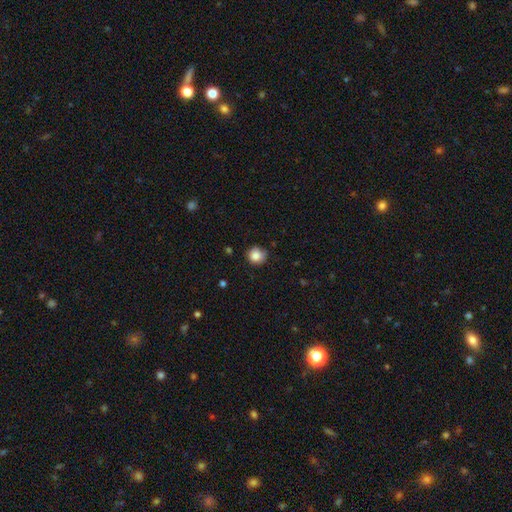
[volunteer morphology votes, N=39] Volunteers were most divided on "merging": none: 51%, minor disturbance: 43%, major disturbance: 6%, merger: 0%. More confident: how rounded — round (94%); smooth or featured — smooth (79%).